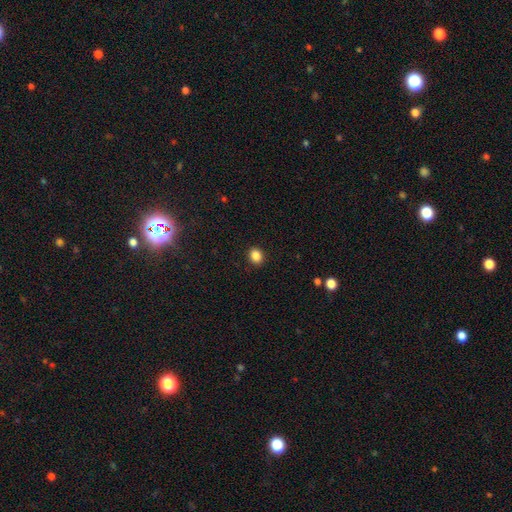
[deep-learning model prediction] smooth 86%, star or artifact 10%, featured or disk 4%. Down the decision tree: how rounded — round (55%); merging — none (91%).